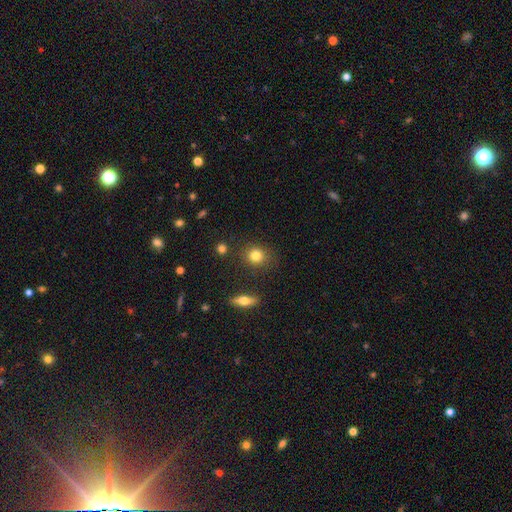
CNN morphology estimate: smooth_or_featured: smooth (p=0.82) [alt: star or artifact p=0.11]
how_rounded: round (p=0.78) [alt: in between p=0.21]
merging: none (p=0.84) [alt: minor disturbance p=0.09]